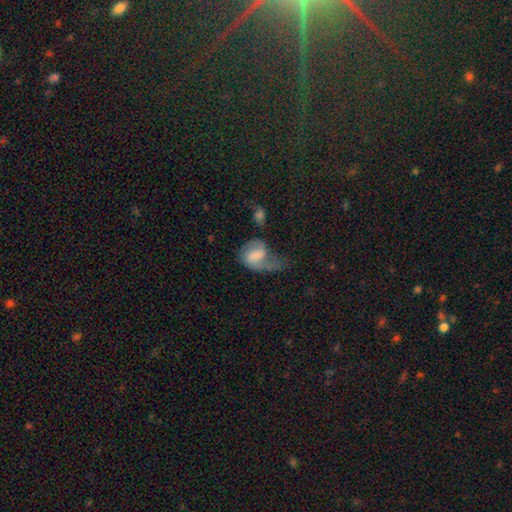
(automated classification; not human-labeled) Smooth or featured: smooth — 46% (tied with featured or disk — 46%)
Merging: major disturbance — 48% (minor disturbance — 22%)